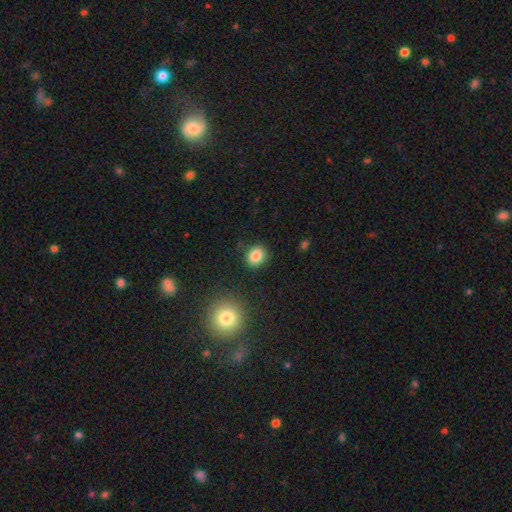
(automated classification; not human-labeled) Morphology: type=smooth (84%); roundness=round (57%); merging=none (85%).